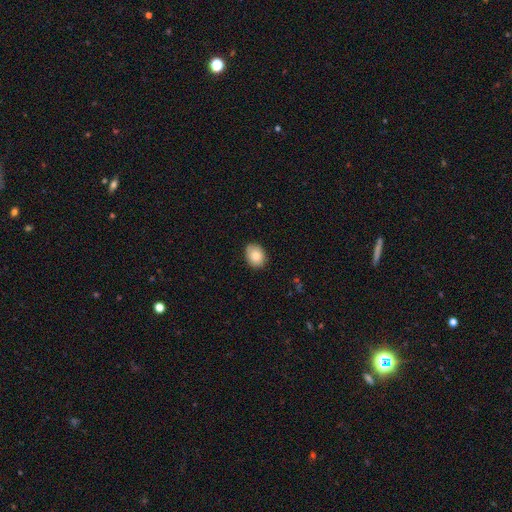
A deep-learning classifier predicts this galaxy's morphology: Overall: smooth (85%). How rounded: in between (58%; round 41%). Merging: none (83%).